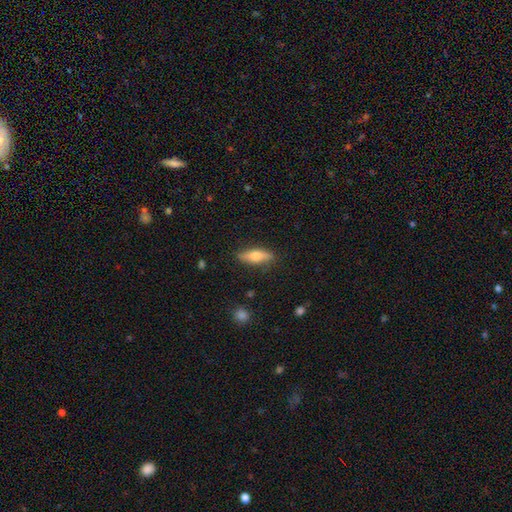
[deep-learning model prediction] Smooth or featured? Predicted: smooth (p=0.58). How rounded? Predicted: cigar-shaped (p=0.49, tied with in between). Merging? Predicted: none (p=0.85).